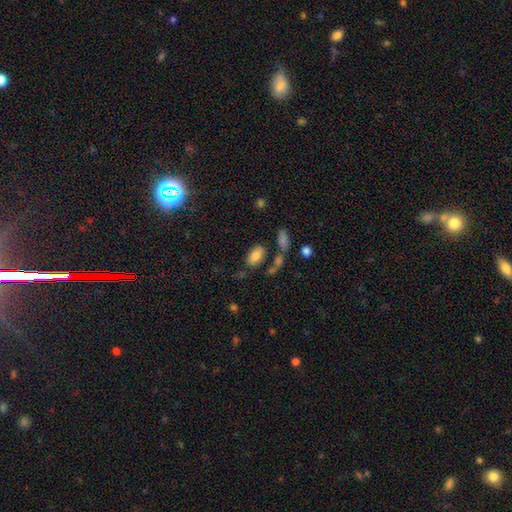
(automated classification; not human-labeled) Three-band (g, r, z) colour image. It shows a smooth galaxy with no disk features (83%) that is in between round and cigar-shaped (93%). Merging: none (69%).